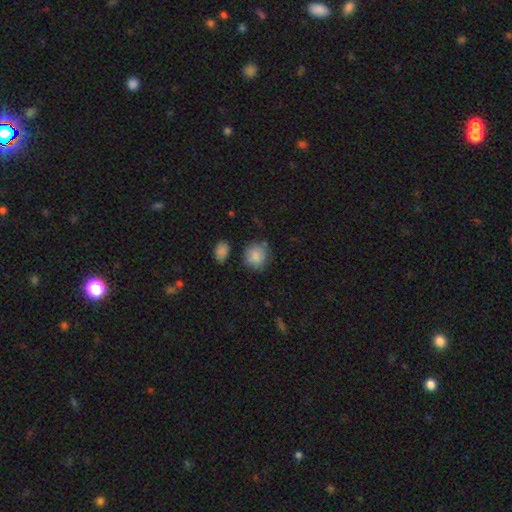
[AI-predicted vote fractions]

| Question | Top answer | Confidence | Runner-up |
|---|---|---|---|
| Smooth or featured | smooth | 86% | star or artifact (8%) |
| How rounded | round | 78% | in between (21%) |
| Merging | none | 73% | minor disturbance (17%) |